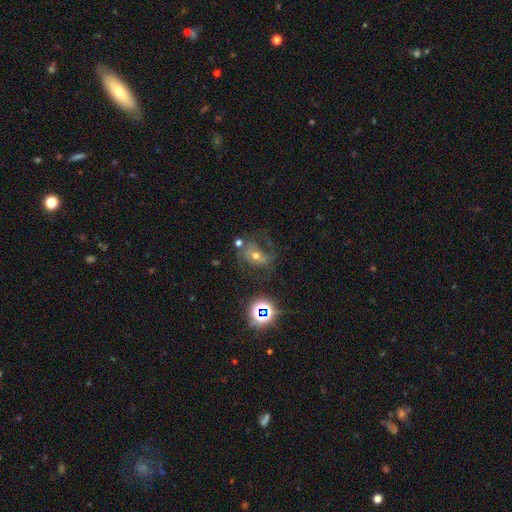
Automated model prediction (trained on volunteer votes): Smooth or featured? Predicted: featured or disk (p=0.58). Edge-on disk? Predicted: no (p=0.95). Bar? Predicted: no (p=0.49). Spiral arms? Predicted: yes (p=0.76). Bulge size? Predicted: moderate (p=0.60). Merging? Predicted: none (p=0.52).